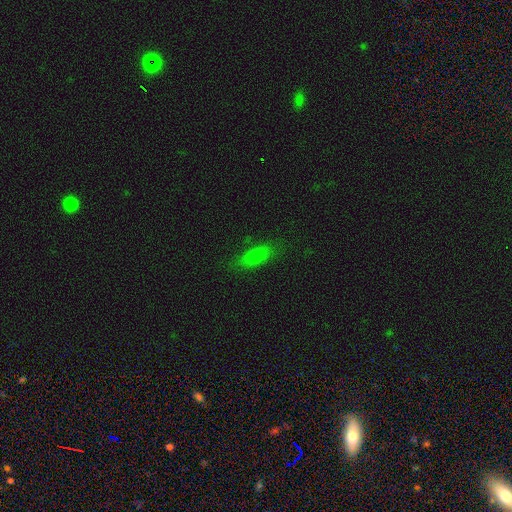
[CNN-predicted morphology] smooth_or_featured: smooth (p=0.79) [alt: star or artifact p=0.11]
how_rounded: in between (p=0.69) [alt: cigar-shaped p=0.27]
merging: none (p=0.77) [alt: minor disturbance p=0.16]